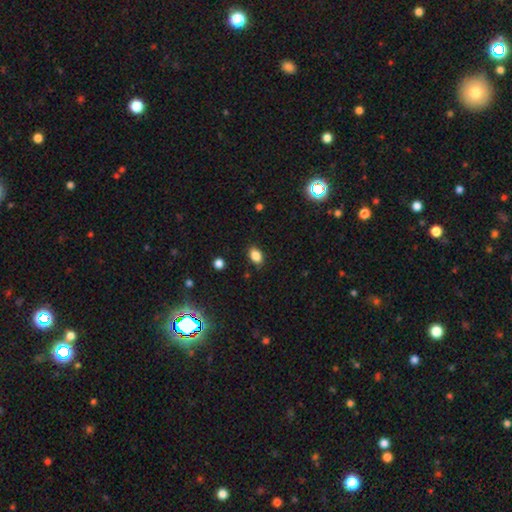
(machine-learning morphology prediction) This appears to be a smooth galaxy with no disk features (85%) that is in between round and cigar-shaped (85%). Merging: none (85%).